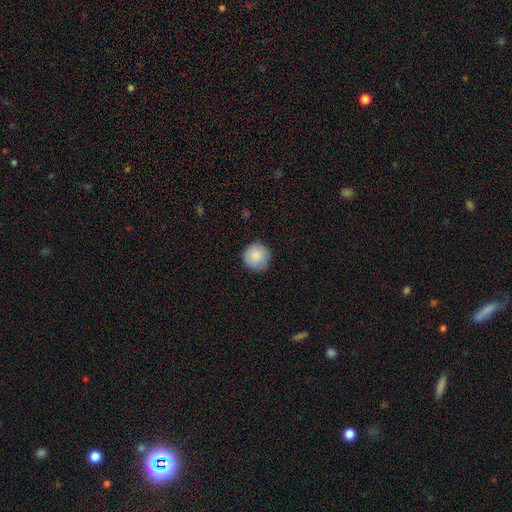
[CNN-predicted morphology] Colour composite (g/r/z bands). It shows a smooth galaxy with no disk features (86%) that is round (95%). Merging: none (85%).